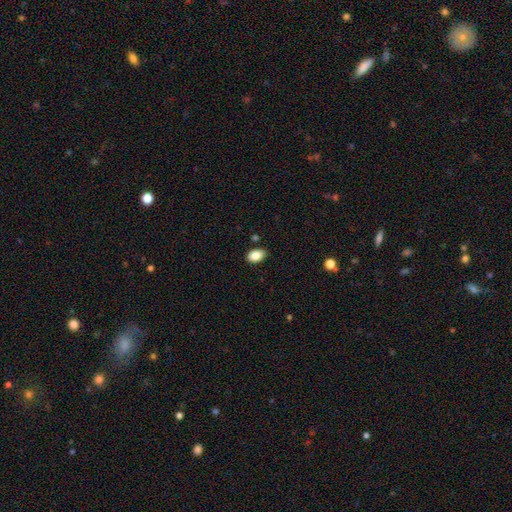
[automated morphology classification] smooth 88%, star or artifact 8%, featured or disk 4%. Down the decision tree: how rounded — in between (87%); merging — none (86%).